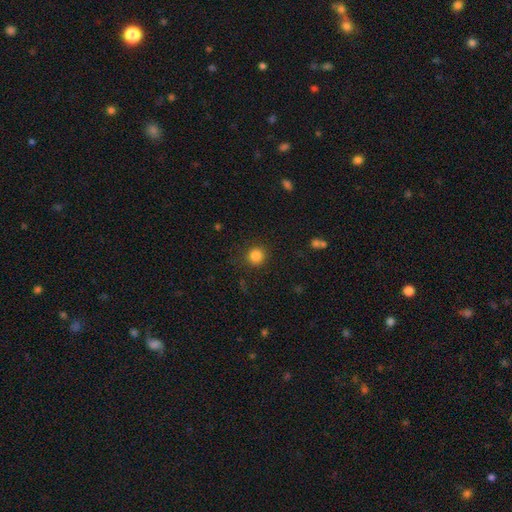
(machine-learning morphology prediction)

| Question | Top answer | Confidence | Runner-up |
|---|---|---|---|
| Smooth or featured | smooth | 84% | star or artifact (12%) |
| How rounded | round | 93% | in between (6%) |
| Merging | none | 88% | minor disturbance (7%) |